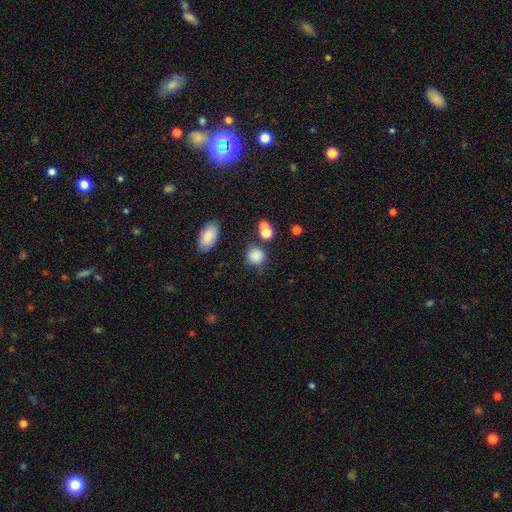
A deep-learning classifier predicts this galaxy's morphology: A smooth galaxy with no disk features (83%) that is round (87%).

Vote fractions:
- Smooth or featured? smooth: 83% / star or artifact: 12% / featured or disk: 5%
- How rounded? round: 87% / in between: 11% / cigar-shaped: 1%
- Merging? none: 73% / minor disturbance: 14% / merger: 9% / major disturbance: 5%